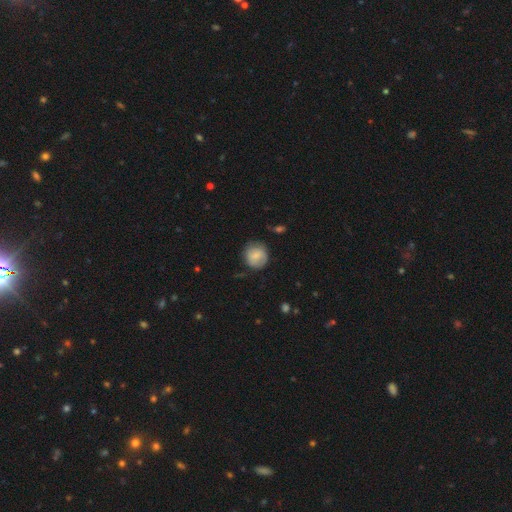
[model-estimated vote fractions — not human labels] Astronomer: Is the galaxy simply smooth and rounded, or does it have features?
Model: smooth — 77%.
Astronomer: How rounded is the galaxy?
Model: round — 86%.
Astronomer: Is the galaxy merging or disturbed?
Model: none — 75%.